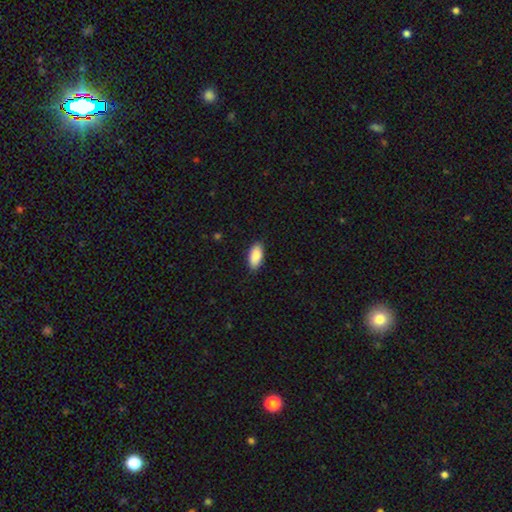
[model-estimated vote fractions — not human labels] The model was most divided on "merging": none: 88%, minor disturbance: 9%, major disturbance: 2%, merger: 1%. More confident: how rounded — in between (92%); smooth or featured — smooth (91%).